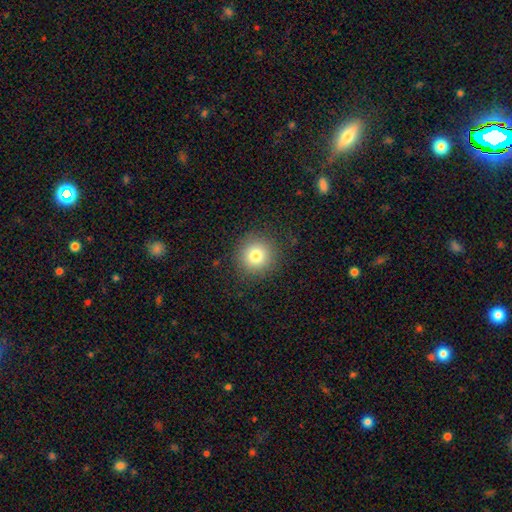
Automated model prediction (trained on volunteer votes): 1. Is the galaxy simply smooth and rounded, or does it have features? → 79% smooth, 12% star or artifact, 9% featured or disk.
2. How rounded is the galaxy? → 94% round, 5% in between, 1% cigar-shaped.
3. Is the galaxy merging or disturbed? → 89% none, 7% minor disturbance, 3% major disturbance, 1% merger.